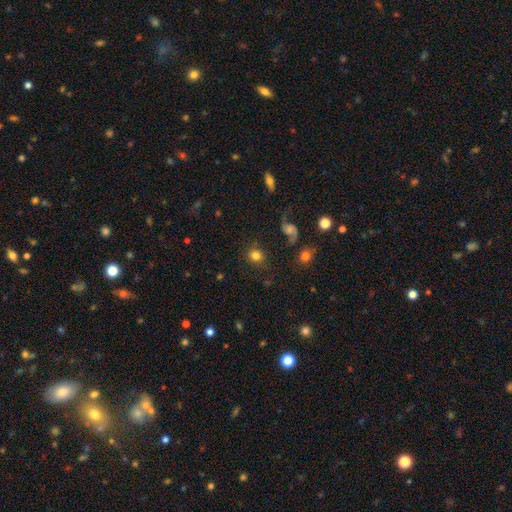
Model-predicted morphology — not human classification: A smooth galaxy with no disk features (77%) that is round (79%). Merging: none (81%).